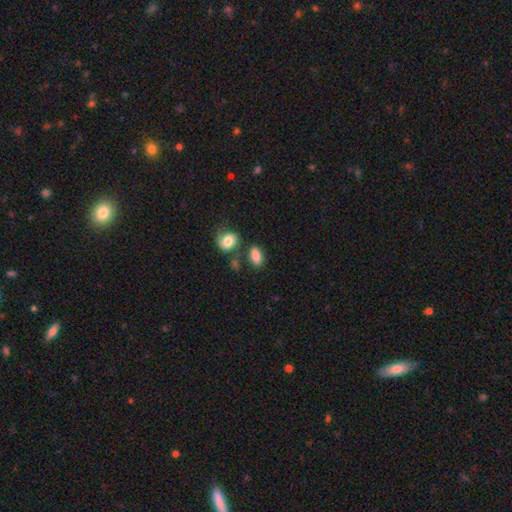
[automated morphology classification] Smooth or featured? smooth (84%)
How rounded? in between (86%)
Merging? none (66%)